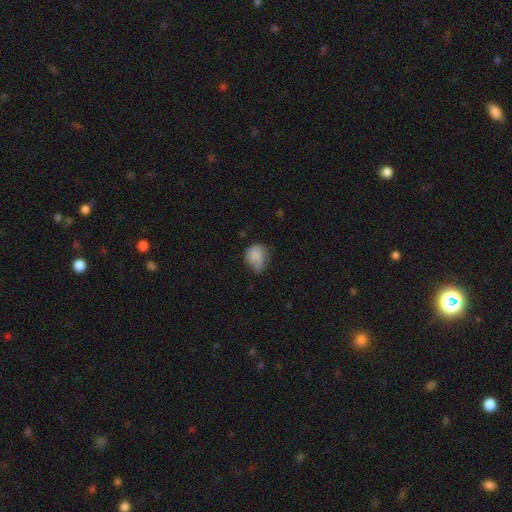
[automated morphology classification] This is likely a smooth galaxy (74%). How rounded: possibly in between (51%). Merging: marginally minor disturbance (38%).